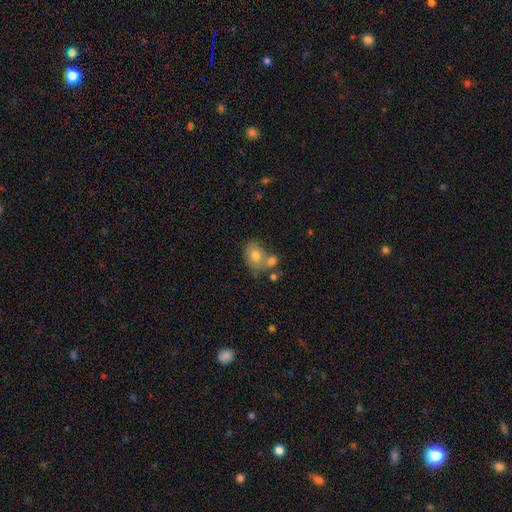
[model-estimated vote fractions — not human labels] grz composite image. It shows a smooth galaxy with no disk features (73%) that is in between round and cigar-shaped (60%). Merging: none (45%).